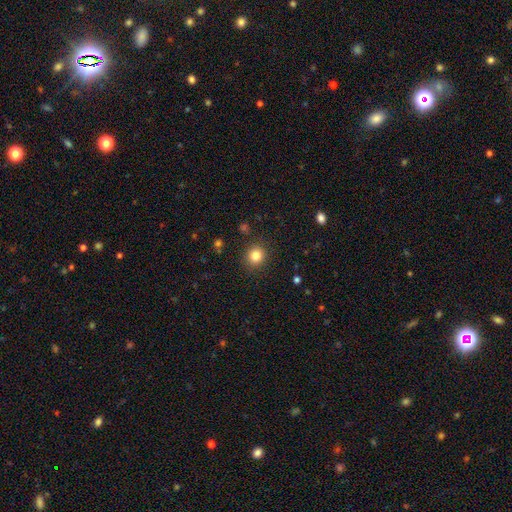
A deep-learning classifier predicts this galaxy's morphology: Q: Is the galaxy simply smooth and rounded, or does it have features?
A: smooth — 83%.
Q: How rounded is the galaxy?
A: round — 88%.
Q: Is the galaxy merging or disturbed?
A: none — 89%.